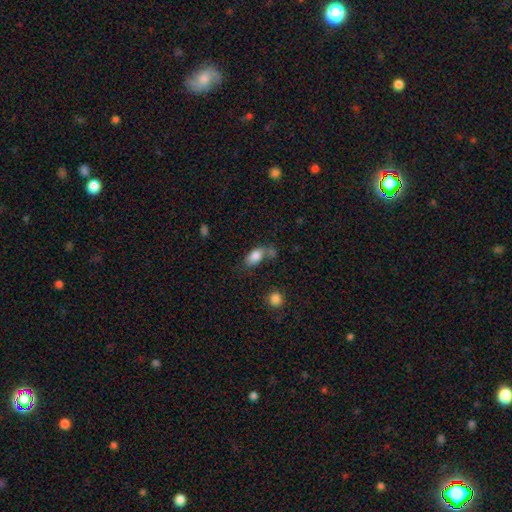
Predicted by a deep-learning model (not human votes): Q: Smooth or featured?
A: smooth (82%); runner-up: featured or disk (10%)
Q: How rounded?
A: in between (89%); runner-up: round (7%)
Q: Merging?
A: none (46%); runner-up: merger (24%)